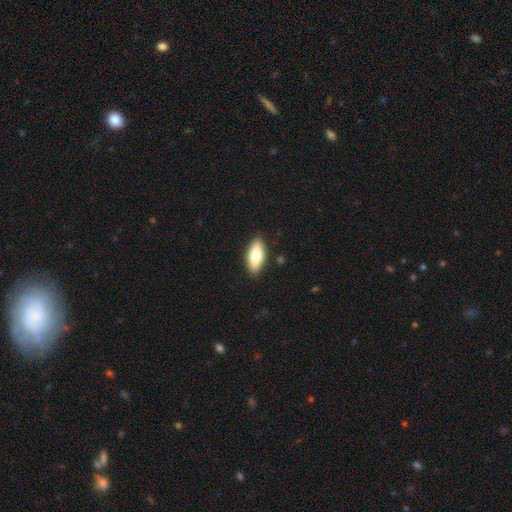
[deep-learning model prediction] Morphology: type=smooth (74%); roundness=in between (81%); merging=none (87%).